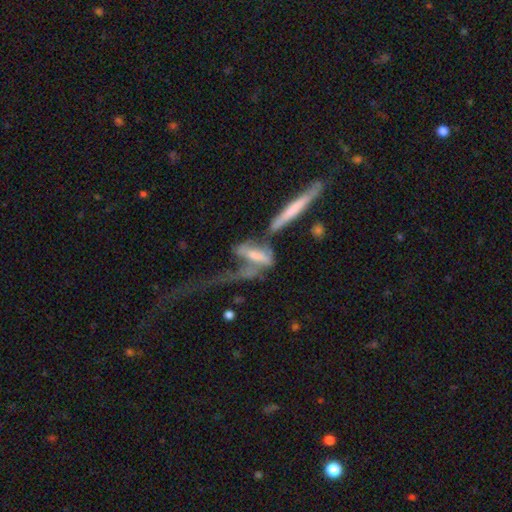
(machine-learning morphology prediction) Smooth or featured? featured or disk (57%)
Edge-on disk? no (67%)
Merging? major disturbance (37%)